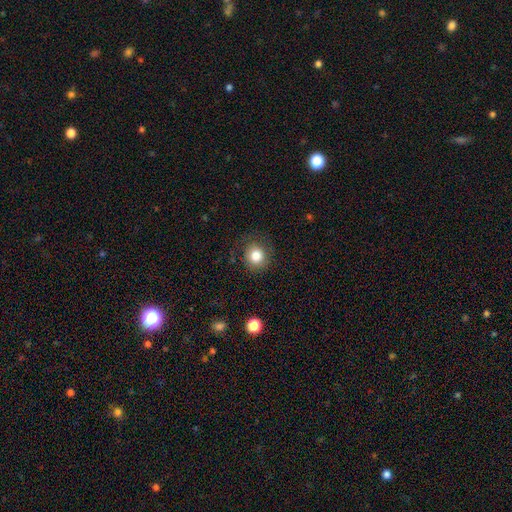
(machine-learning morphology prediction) This is clearly a smooth galaxy (81%). How rounded: clearly round (87%). Merging: clearly none (82%).